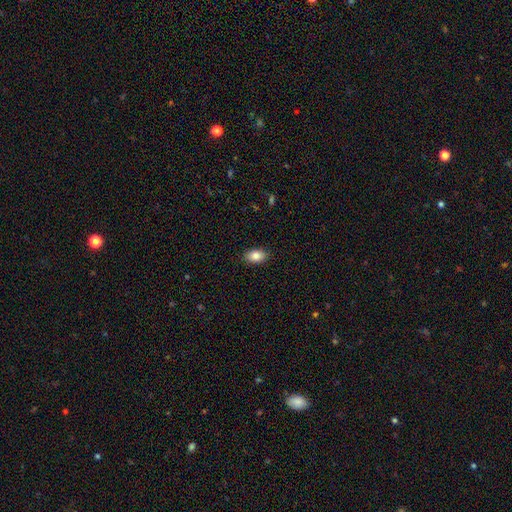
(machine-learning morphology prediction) Smooth or featured: smooth — 85% (star or artifact — 8%)
How rounded: in between — 89% (round — 9%)
Merging: none — 89% (minor disturbance — 8%)